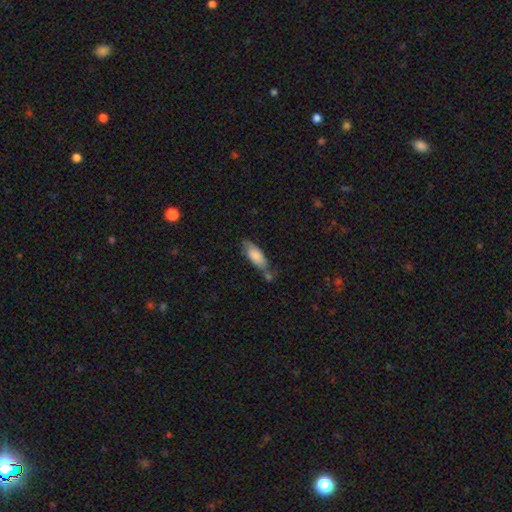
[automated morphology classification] A smooth galaxy with no disk features (78%) that is in between round and cigar-shaped (76%).

Vote fractions:
- Smooth or featured? smooth: 78% / featured or disk: 16% / star or artifact: 6%
- How rounded? in between: 76% / cigar-shaped: 22% / round: 2%
- Merging? none: 53% / minor disturbance: 24% / merger: 16% / major disturbance: 7%